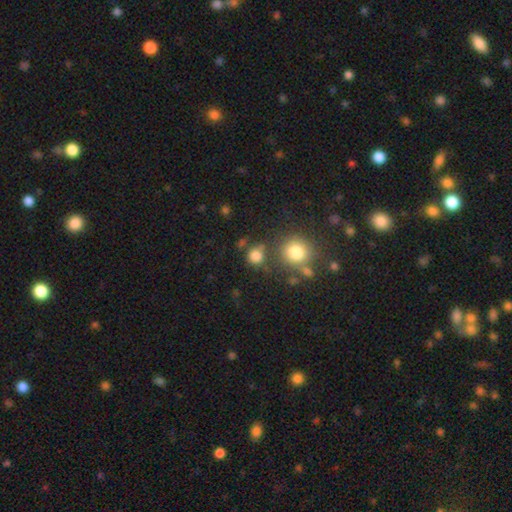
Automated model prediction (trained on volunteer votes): Smooth or featured: smooth — 80% (star or artifact — 14%)
How rounded: round — 88% (in between — 11%)
Merging: none — 69% (merger — 14%)